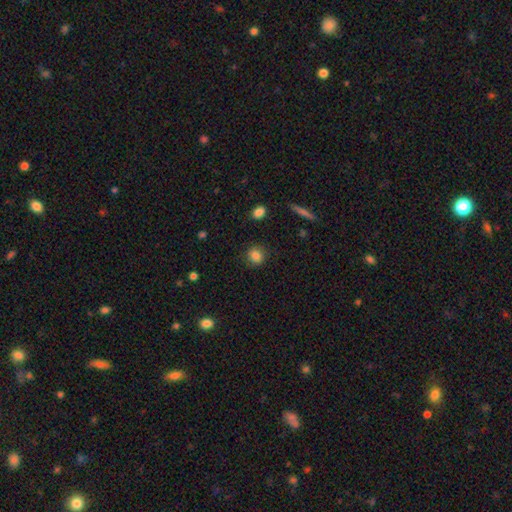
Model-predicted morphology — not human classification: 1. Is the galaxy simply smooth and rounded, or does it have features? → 84% smooth, 10% star or artifact, 6% featured or disk.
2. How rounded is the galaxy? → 82% round, 17% in between, 1% cigar-shaped.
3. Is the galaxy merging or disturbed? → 87% none, 9% minor disturbance, 3% major disturbance, 1% merger.